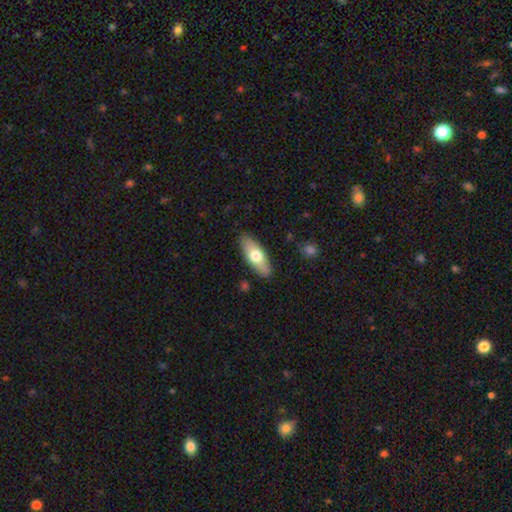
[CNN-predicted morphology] Q: Smooth or featured?
A: smooth (66%); runner-up: featured or disk (29%)
Q: How rounded?
A: in between (71%); runner-up: cigar-shaped (26%)
Q: Merging?
A: none (87%); runner-up: minor disturbance (10%)